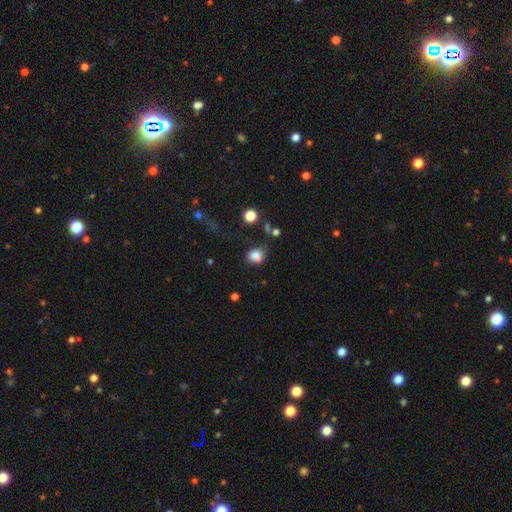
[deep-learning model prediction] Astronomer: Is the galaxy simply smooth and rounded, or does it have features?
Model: smooth — 83%.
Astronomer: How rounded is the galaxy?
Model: round — 51% (runner-up: in between, 48%).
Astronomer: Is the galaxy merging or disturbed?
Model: none — 61%.